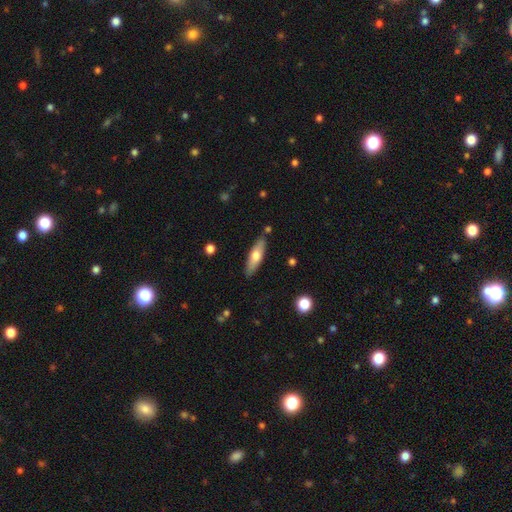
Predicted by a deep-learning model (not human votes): smooth 60%, featured or disk 34%, star or artifact 6%. Down the decision tree: how rounded — cigar-shaped (58%); merging — none (84%).